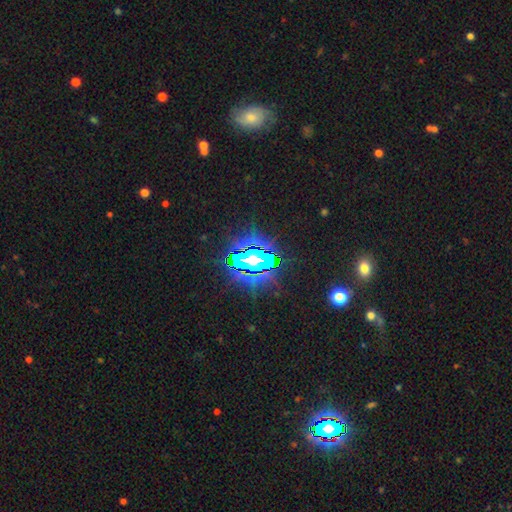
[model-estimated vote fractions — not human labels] Smooth or featured? Predicted: star or artifact (p=0.82).